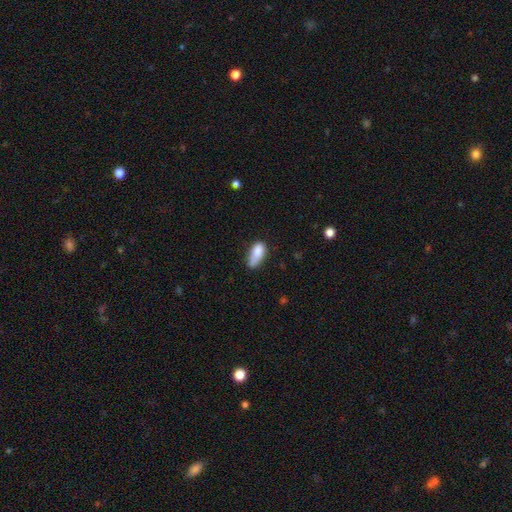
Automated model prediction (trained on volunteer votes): smooth 82%, featured or disk 10%, star or artifact 8%. Down the decision tree: how rounded — in between (82%); merging — none (42%).